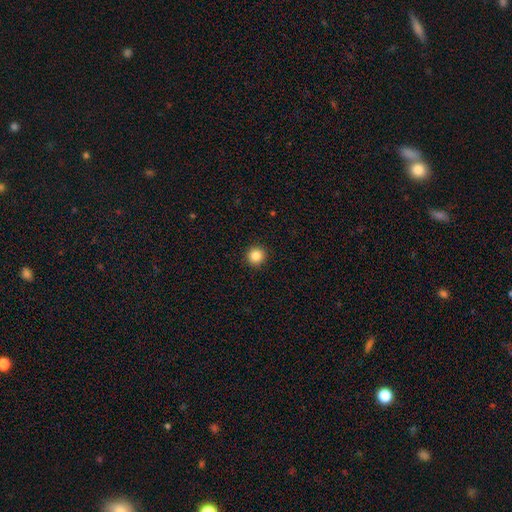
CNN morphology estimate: smooth_or_featured: smooth (p=0.85) [alt: star or artifact p=0.11]
how_rounded: round (p=0.95) [alt: in between p=0.04]
merging: none (p=0.93) [alt: minor disturbance p=0.04]